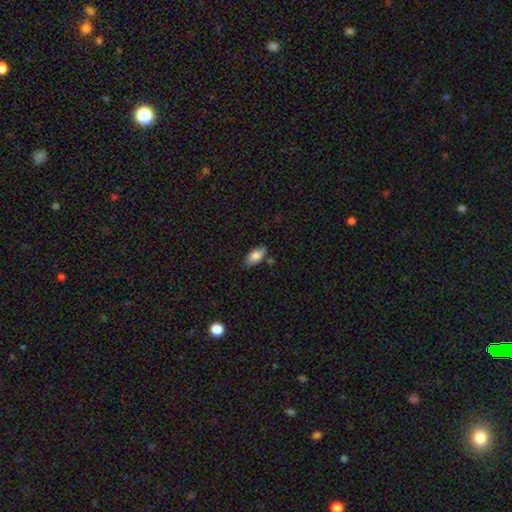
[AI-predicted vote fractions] smooth-or-featured: smooth: 83% | featured or disk: 10% | star or artifact: 7%
  how-rounded: in between: 90% | cigar-shaped: 7% | round: 3%
  merging: none: 79% | minor disturbance: 14% | merger: 4% | major disturbance: 2%